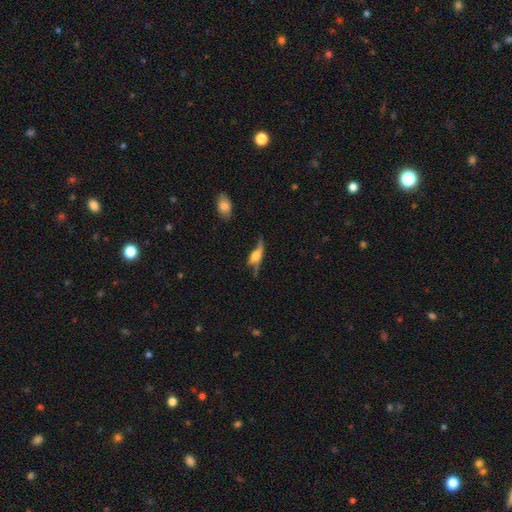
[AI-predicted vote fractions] This appears to be a featured or disk galaxy (61%) viewed edge-on (71%). Merging: none (44%).